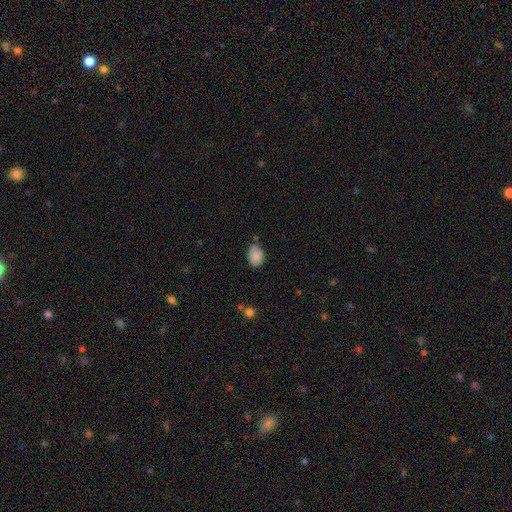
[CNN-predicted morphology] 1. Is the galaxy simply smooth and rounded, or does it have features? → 87% smooth, 8% star or artifact, 5% featured or disk.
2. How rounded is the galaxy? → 77% in between, 22% round, 1% cigar-shaped.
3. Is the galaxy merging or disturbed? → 63% none, 26% minor disturbance, 6% merger, 5% major disturbance.